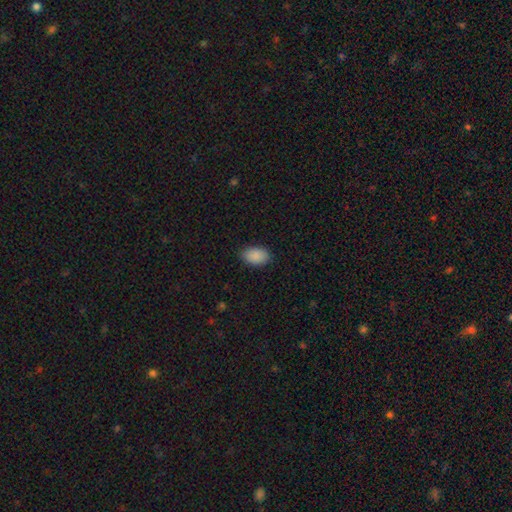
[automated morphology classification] A smooth galaxy with no disk features (90%) that is in between round and cigar-shaped (90%). Merging: none (86%).